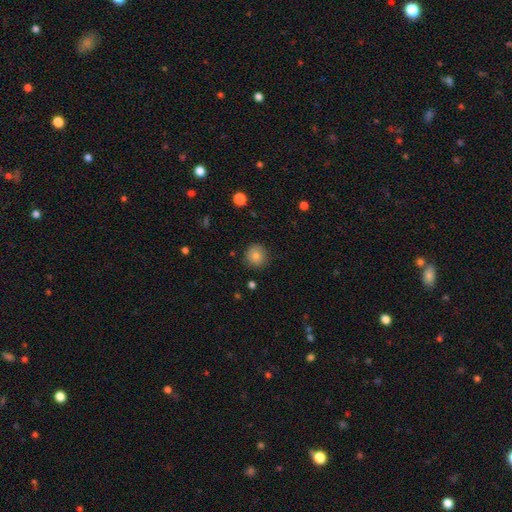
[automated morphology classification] Smooth or featured?
  - smooth: 82% *
  - star or artifact: 9%
  - featured or disk: 8%
How rounded?
  - round: 92% *
  - in between: 7%
  - cigar-shaped: 1%
Merging?
  - none: 86% *
  - minor disturbance: 10%
  - major disturbance: 2%
  - merger: 1%